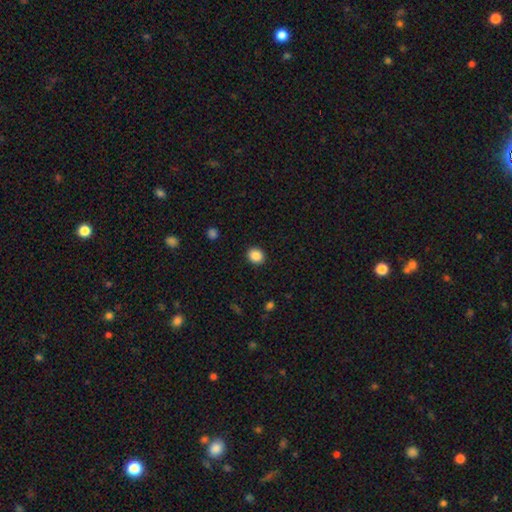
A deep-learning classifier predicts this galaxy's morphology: Smooth or featured: smooth — 87% (star or artifact — 9%)
How rounded: round — 73% (in between — 26%)
Merging: none — 91% (minor disturbance — 6%)